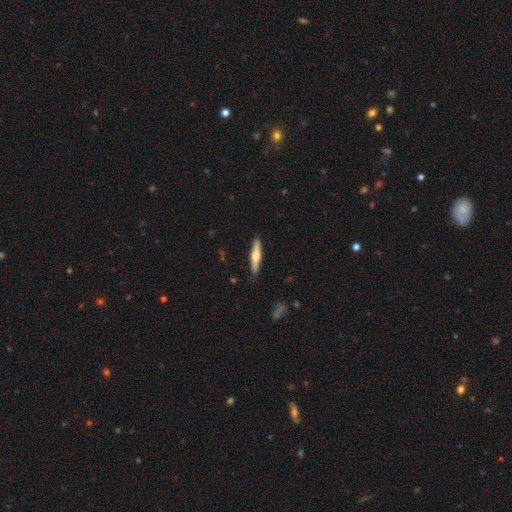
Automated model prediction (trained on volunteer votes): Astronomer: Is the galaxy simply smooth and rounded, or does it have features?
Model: featured or disk — 49% (runner-up: smooth, 45%).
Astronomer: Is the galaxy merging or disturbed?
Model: none — 89%.